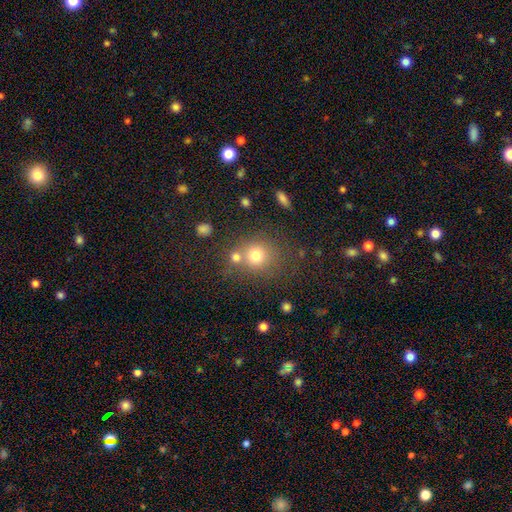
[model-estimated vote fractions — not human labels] Smooth or featured? smooth (74%)
How rounded? round (84%)
Merging? none (57%)